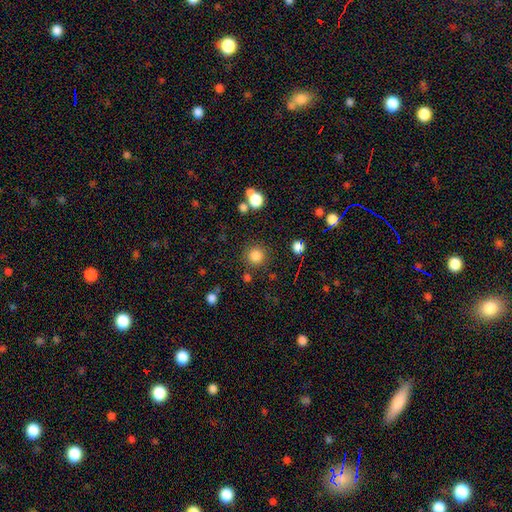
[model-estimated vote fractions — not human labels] The model was most divided on "smooth or featured": smooth: 83%, star or artifact: 13%, featured or disk: 4%. More confident: how rounded — round (94%); merging — none (85%).